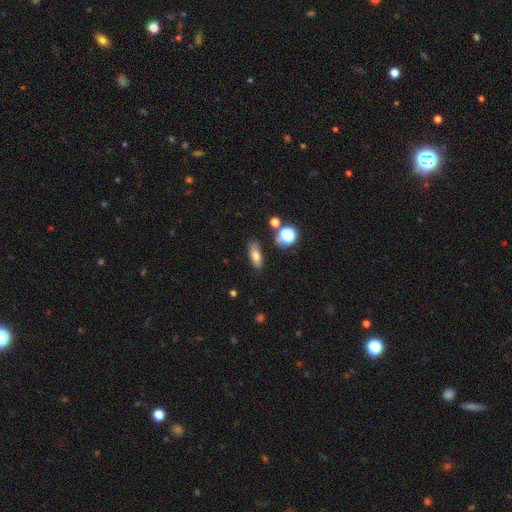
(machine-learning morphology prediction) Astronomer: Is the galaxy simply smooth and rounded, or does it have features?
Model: smooth — 72%.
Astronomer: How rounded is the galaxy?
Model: in between — 64%.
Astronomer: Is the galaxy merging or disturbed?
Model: none — 80%.